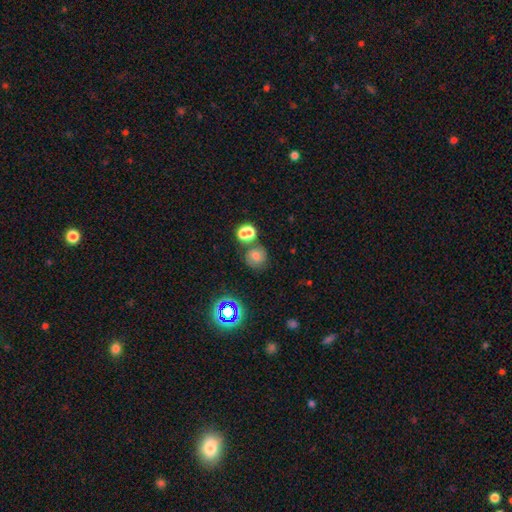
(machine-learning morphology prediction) smooth 65%, star or artifact 18%, featured or disk 17%. Down the decision tree: how rounded — round (82%); merging — none (59%).